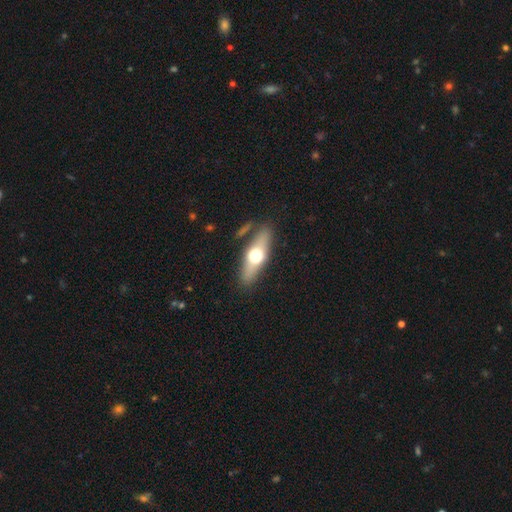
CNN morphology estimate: Smooth or featured? Predicted: smooth (p=0.47, tied with featured or disk). Merging? Predicted: none (p=0.82).